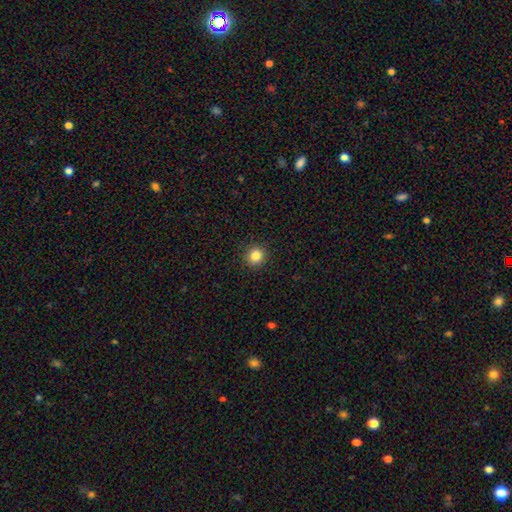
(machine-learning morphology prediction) This is clearly a smooth galaxy (85%). How rounded: clearly round (92%). Merging: clearly none (91%).